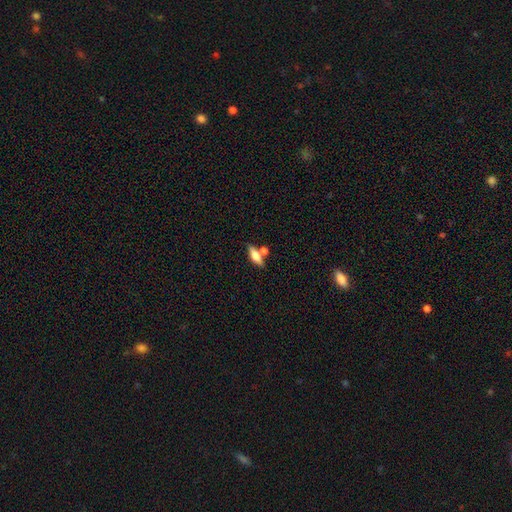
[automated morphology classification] The model was most divided on "how rounded": in between: 56%, cigar-shaped: 39%, round: 5%. More confident: smooth or featured — smooth (61%); merging — none (59%).